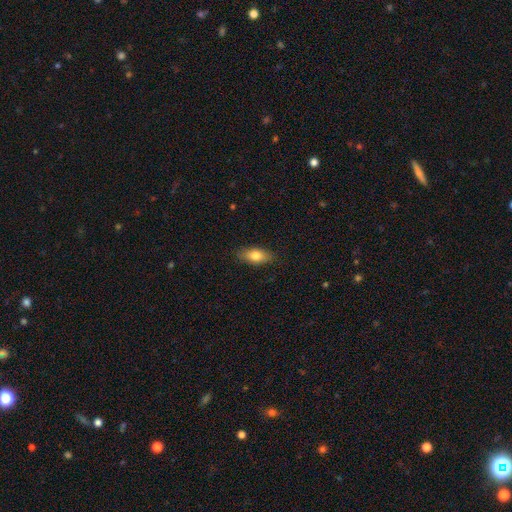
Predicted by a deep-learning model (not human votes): smooth_or_featured: smooth (p=0.78) [alt: featured or disk p=0.15]
how_rounded: in between (p=0.84) [alt: cigar-shaped p=0.11]
merging: none (p=0.87) [alt: minor disturbance p=0.10]